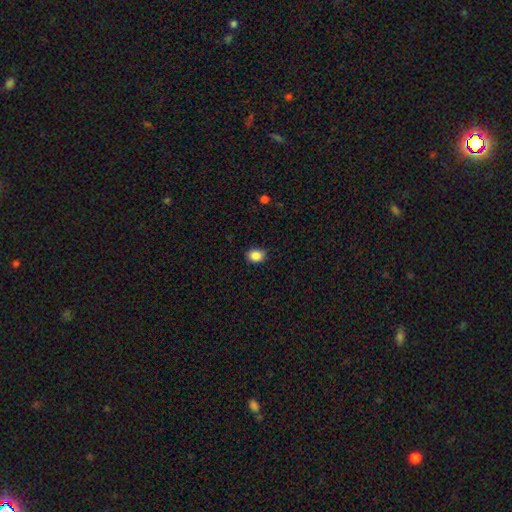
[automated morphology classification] A smooth galaxy with no disk features (87%) that is in between round and cigar-shaped (50%). Merging: none (84%).